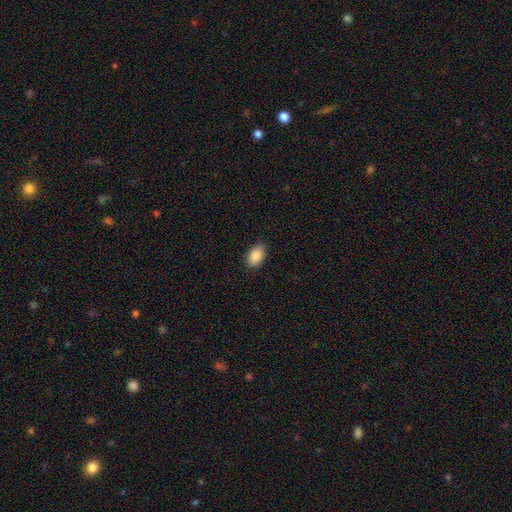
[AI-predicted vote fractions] Smooth or featured?
  - smooth: 89% *
  - star or artifact: 7%
  - featured or disk: 4%
How rounded?
  - in between: 90% *
  - round: 8%
  - cigar-shaped: 1%
Merging?
  - none: 88% *
  - minor disturbance: 9%
  - major disturbance: 2%
  - merger: 1%